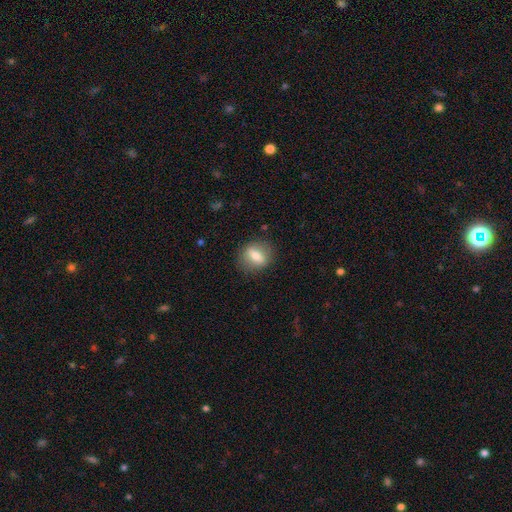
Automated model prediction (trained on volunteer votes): This appears to be a smooth galaxy with no disk features (65%) that is round (49%). Merging: none (83%).